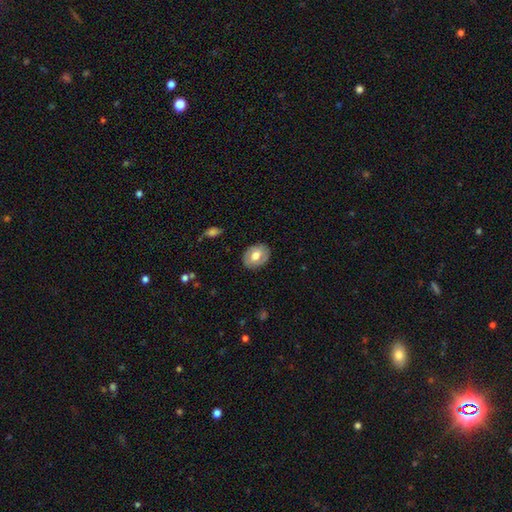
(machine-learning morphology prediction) Overall: smooth (58%; featured or disk 35%). How rounded: in between (65%; round 34%). Merging: none (84%).